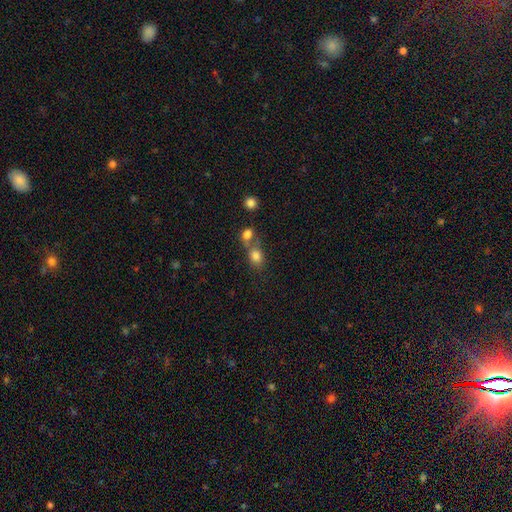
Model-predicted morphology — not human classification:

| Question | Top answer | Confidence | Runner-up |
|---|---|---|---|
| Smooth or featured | smooth | 80% | star or artifact (12%) |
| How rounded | round | 53% | in between (46%) |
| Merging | none | 45% | merger (41%) |